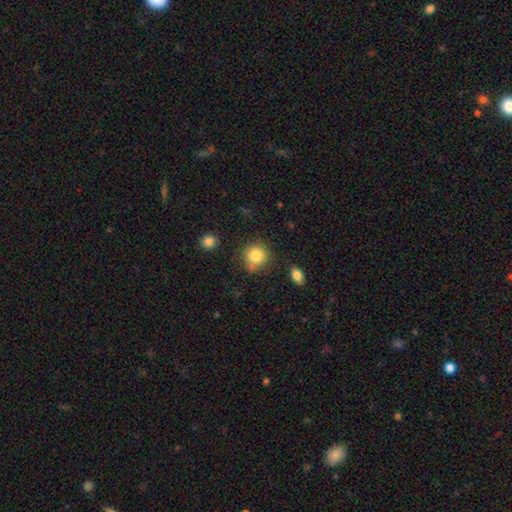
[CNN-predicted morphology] Smooth or featured?
  - smooth: 83% *
  - star or artifact: 10%
  - featured or disk: 7%
How rounded?
  - round: 89% *
  - in between: 10%
  - cigar-shaped: 1%
Merging?
  - none: 75% *
  - minor disturbance: 13%
  - merger: 8%
  - major disturbance: 4%